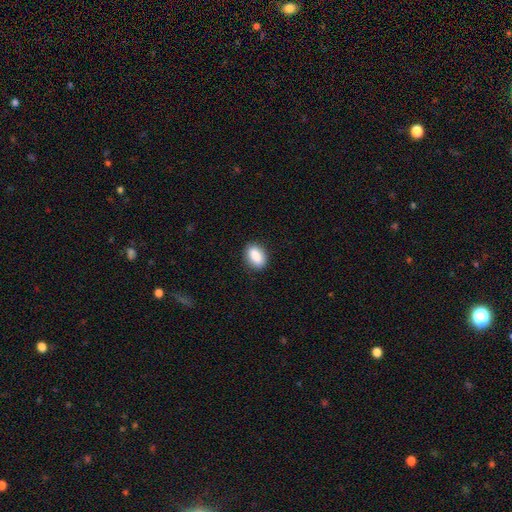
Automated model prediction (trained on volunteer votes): The model was most divided on "how rounded": in between: 85%, round: 12%, cigar-shaped: 3%. More confident: smooth or featured — smooth (88%); merging — none (86%).